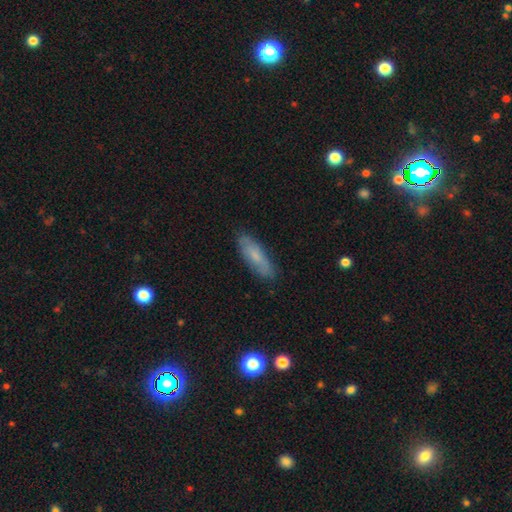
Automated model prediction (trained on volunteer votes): A smooth galaxy with no disk features (65%) that is cigar-shaped (50%). Merging: none (82%).